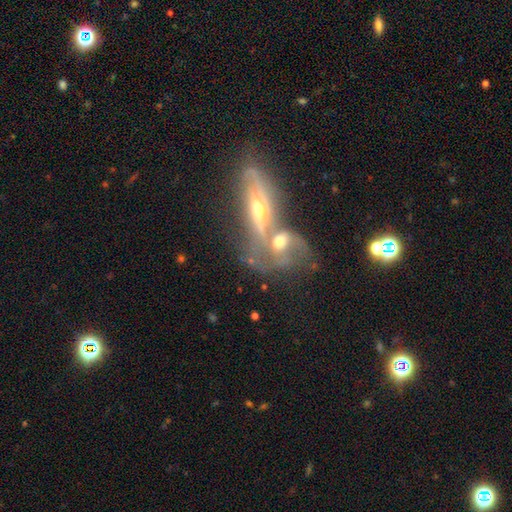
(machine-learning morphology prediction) The model was most divided on "edge-on disk": no: 70%, yes: 30%. More confident: smooth or featured — featured or disk (71%); merging — merger (64%).